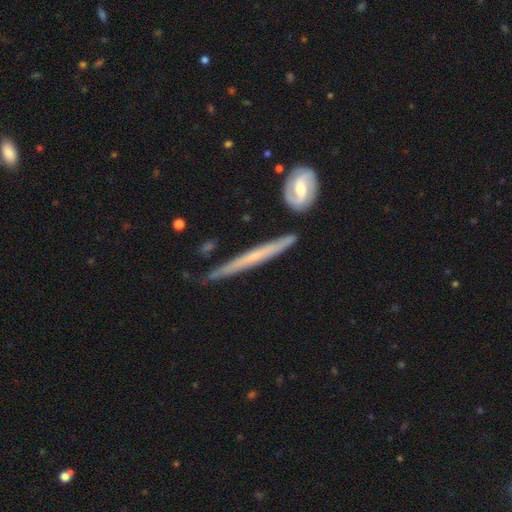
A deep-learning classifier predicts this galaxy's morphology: The model was most divided on "smooth or featured": featured or disk: 60%, smooth: 34%, star or artifact: 6%. More confident: edge-on disk — yes (91%); merging — none (77%); edge-on bulge — none (69%).